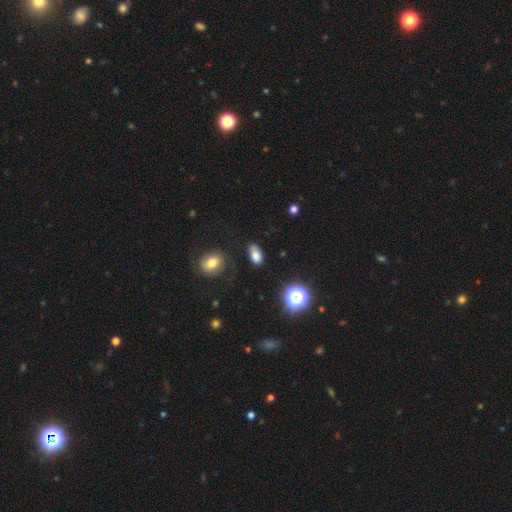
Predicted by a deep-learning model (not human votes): Smooth or featured? smooth (79%)
How rounded? in between (86%)
Merging? none (66%)